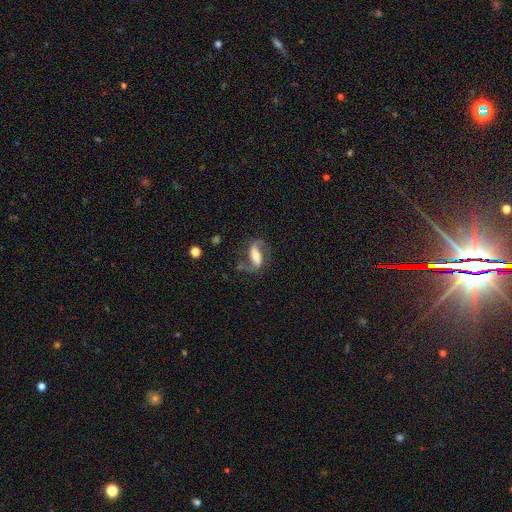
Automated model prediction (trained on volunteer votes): Overall: featured or disk (80%). Edge-on disk: no (92%). Bar: strong (53%; weak 26%). Spiral arms: yes (92%). Spiral arm count: 2 (89%). Spiral winding: medium (44%; loose 41%). Bulge size: moderate (58%; small 26%). Merging: none (67%).